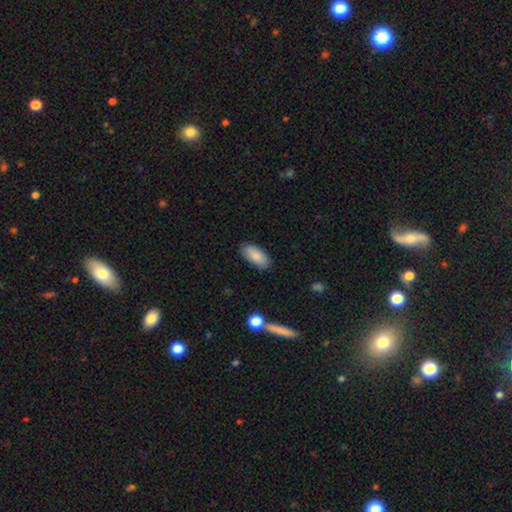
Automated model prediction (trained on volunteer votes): Overall: smooth (86%). How rounded: in between (90%). Merging: none (86%).